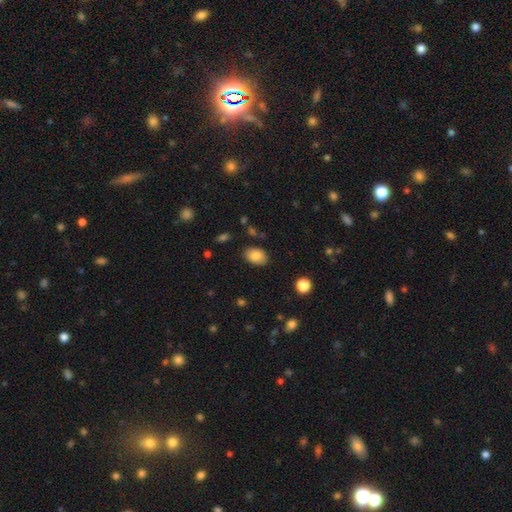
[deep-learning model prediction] Overall: smooth (84%). How rounded: in between (83%). Merging: none (85%).